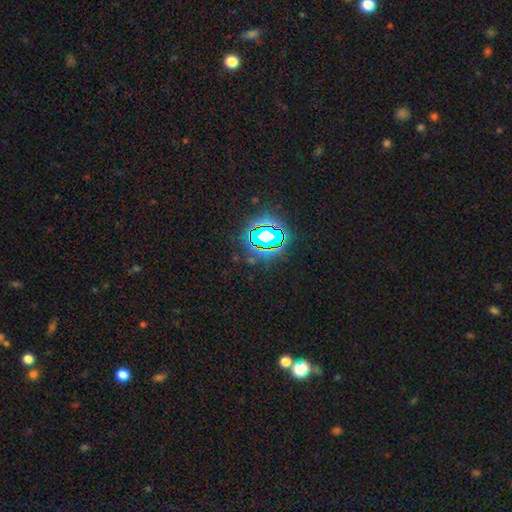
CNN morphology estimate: type=star or artifact (79%).